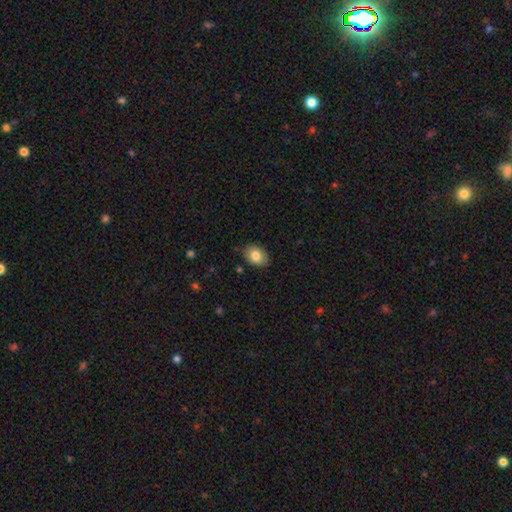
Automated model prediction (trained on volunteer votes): This is clearly a smooth galaxy (83%). How rounded: clearly in between (81%). Merging: clearly none (85%).